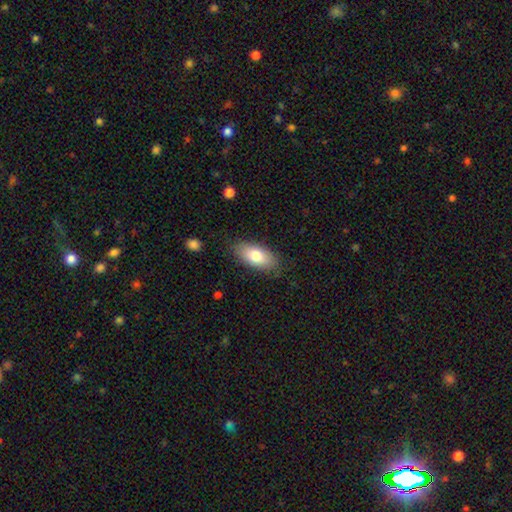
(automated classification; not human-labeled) Q: Smooth or featured?
A: smooth (77%); runner-up: featured or disk (17%)
Q: How rounded?
A: in between (91%); runner-up: cigar-shaped (6%)
Q: Merging?
A: none (83%); runner-up: minor disturbance (13%)